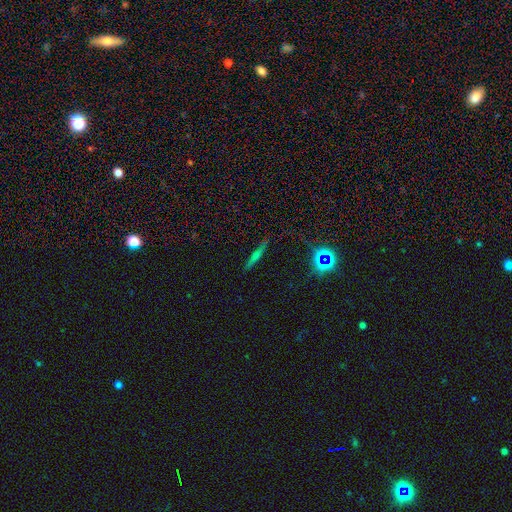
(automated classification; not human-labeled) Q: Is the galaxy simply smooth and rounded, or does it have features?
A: featured or disk — 48%.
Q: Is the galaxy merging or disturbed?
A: none — 87%.